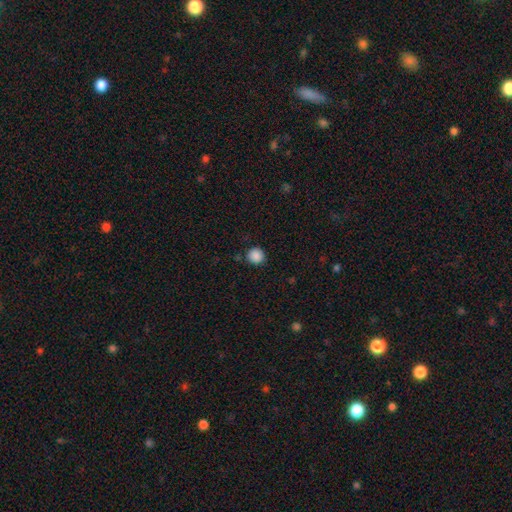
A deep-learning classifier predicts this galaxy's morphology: Smooth or featured?
  - smooth: 88% *
  - star or artifact: 9%
  - featured or disk: 3%
How rounded?
  - round: 93% *
  - in between: 6%
  - cigar-shaped: 1%
Merging?
  - none: 89% *
  - minor disturbance: 7%
  - major disturbance: 2%
  - merger: 2%